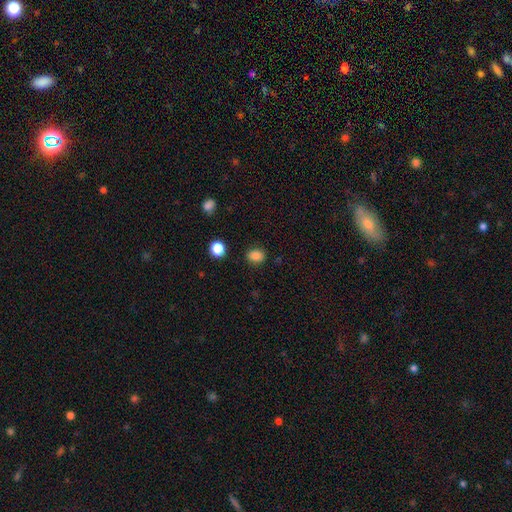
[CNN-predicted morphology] Smooth or featured? Predicted: smooth (p=0.85). How rounded? Predicted: in between (p=0.56). Merging? Predicted: none (p=0.87).